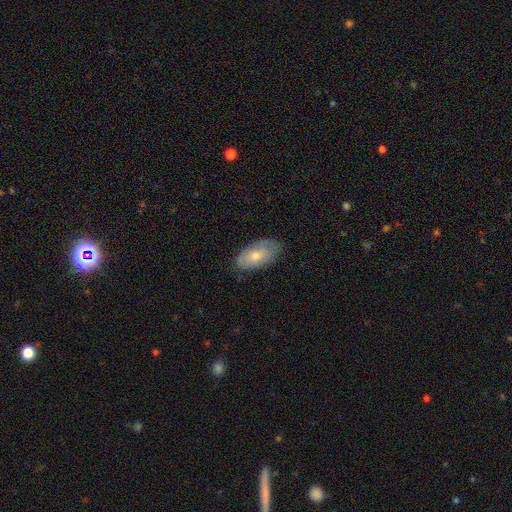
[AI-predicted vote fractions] This appears to be a smooth galaxy with no disk features (67%) that is in between round and cigar-shaped (94%). Merging: none (72%).